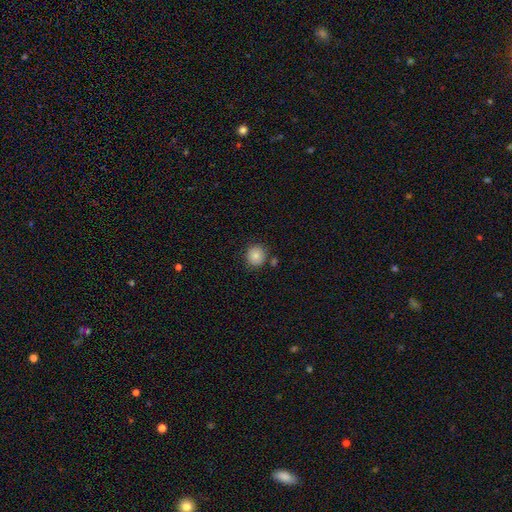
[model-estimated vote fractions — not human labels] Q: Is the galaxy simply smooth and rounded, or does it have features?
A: smooth — 84%.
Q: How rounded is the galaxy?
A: round — 90%.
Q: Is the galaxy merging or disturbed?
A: none — 83%.